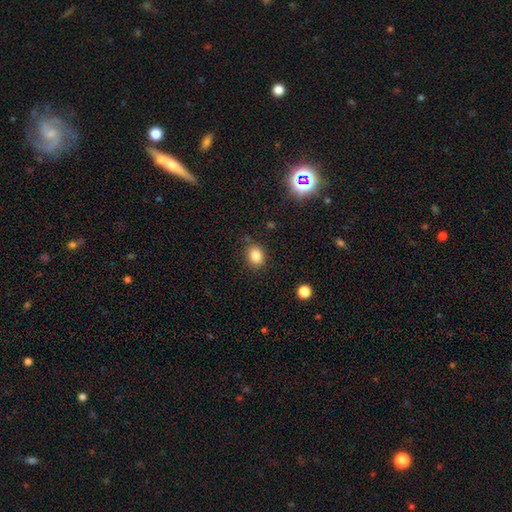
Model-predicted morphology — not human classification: Overall: smooth (83%). How rounded: round (53%; in between 46%). Merging: none (84%).